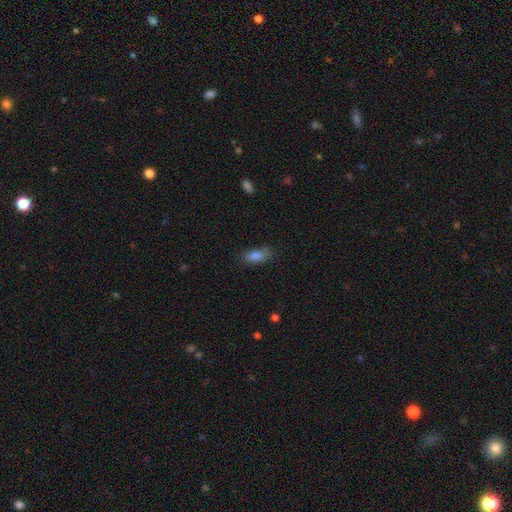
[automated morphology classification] Q: Smooth or featured?
A: smooth (85%); runner-up: star or artifact (8%)
Q: How rounded?
A: in between (79%); runner-up: cigar-shaped (19%)
Q: Merging?
A: none (73%); runner-up: minor disturbance (19%)